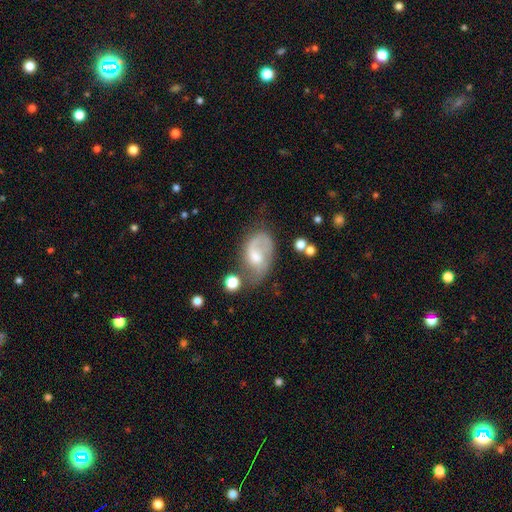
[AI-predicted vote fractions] The model was most divided on "merging": none: 40%, major disturbance: 26%, minor disturbance: 26%, merger: 8%. Remaining: edge-on disk — no (96%); spiral arms — yes (79%); smooth or featured — featured or disk (58%); bar — no (55%); bulge size — moderate (48%).